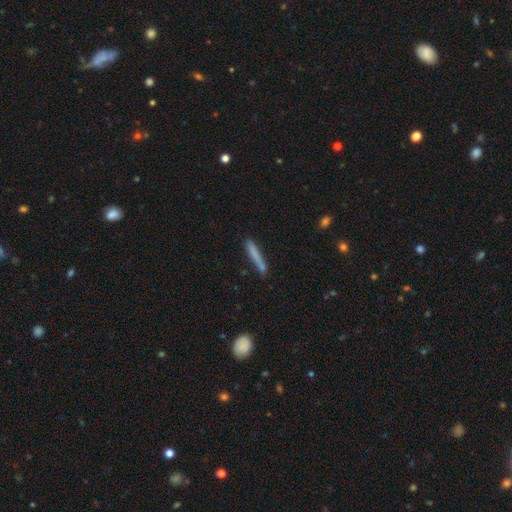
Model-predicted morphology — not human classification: smooth 72%, featured or disk 21%, star or artifact 7%. Down the decision tree: how rounded — cigar-shaped (95%); merging — none (78%).